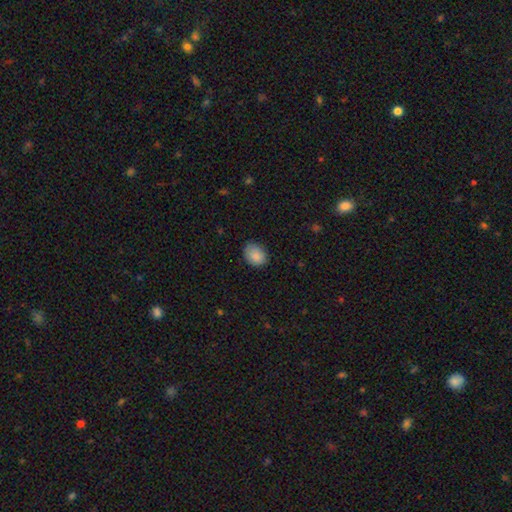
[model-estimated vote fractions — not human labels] Smooth or featured? Predicted: smooth (p=0.88). How rounded? Predicted: in between (p=0.62). Merging? Predicted: none (p=0.78).